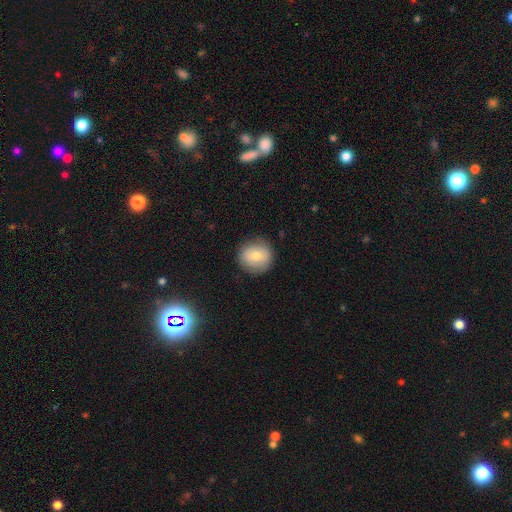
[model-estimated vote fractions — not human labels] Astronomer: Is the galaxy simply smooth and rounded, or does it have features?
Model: smooth — 70%.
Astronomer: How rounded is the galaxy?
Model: round — 89%.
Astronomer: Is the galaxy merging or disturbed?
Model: none — 85%.